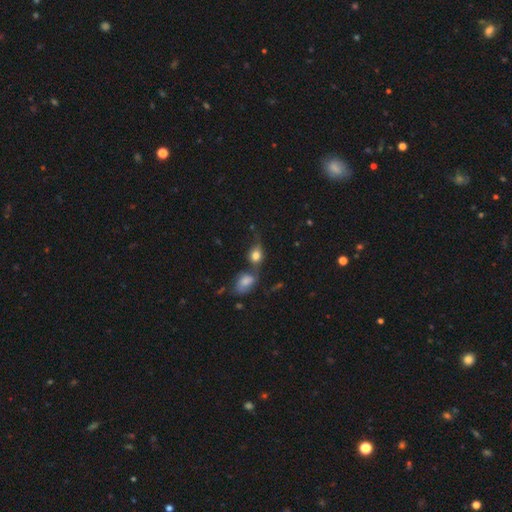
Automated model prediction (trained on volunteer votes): Smooth or featured: smooth — 72% (featured or disk — 18%)
How rounded: in between — 52% (round — 45%)
Merging: none — 37% (merger — 34%)